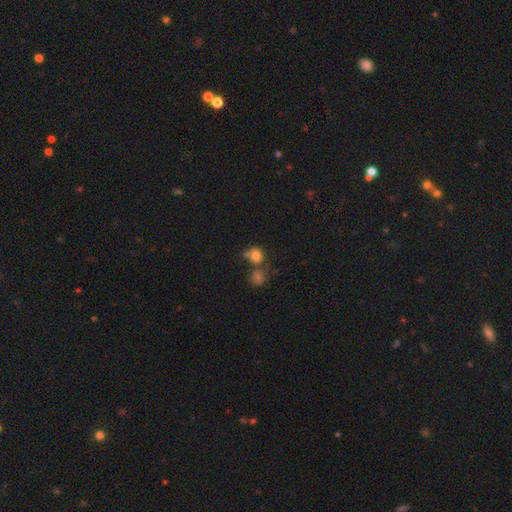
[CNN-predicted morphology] smooth 78%, star or artifact 12%, featured or disk 10%. Down the decision tree: how rounded — round (75%); merging — none (44%).